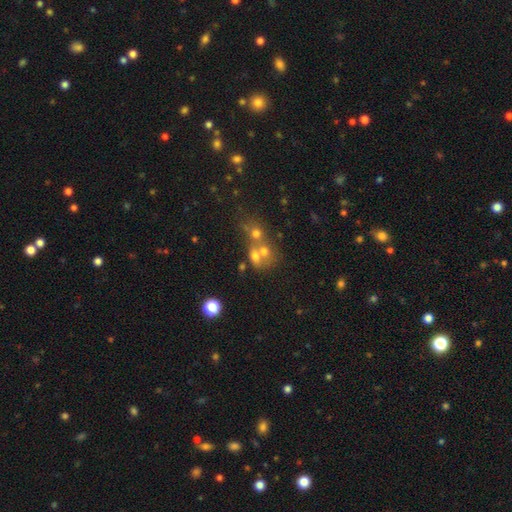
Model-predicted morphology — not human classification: This appears to be a smooth galaxy with no disk features (57%) that is round (57%). Merging: merger (60%).